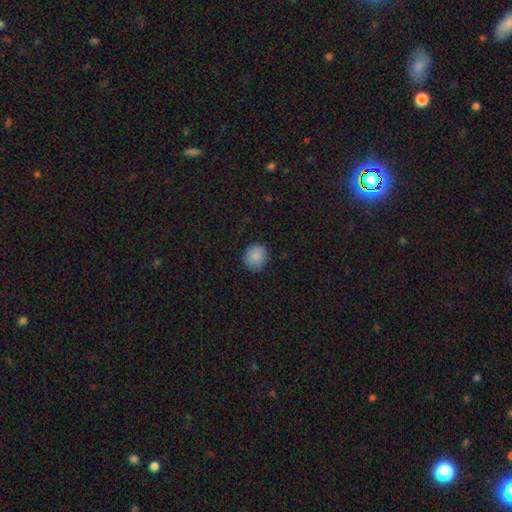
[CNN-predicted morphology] This is clearly a smooth galaxy (88%). How rounded: clearly round (89%). Merging: clearly none (88%).